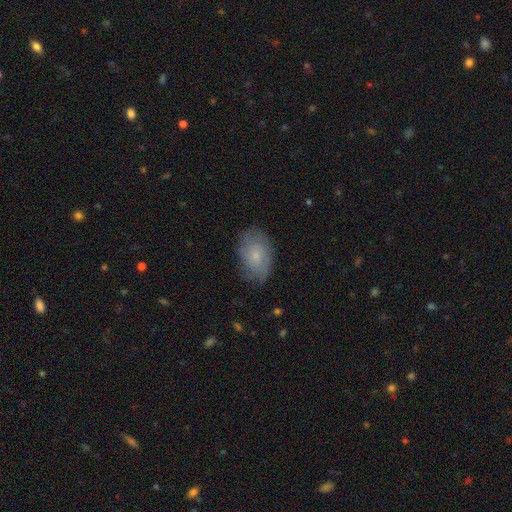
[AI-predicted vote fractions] This appears to be a smooth galaxy with no disk features (60%) that is in between round and cigar-shaped (88%). Merging: none (73%).